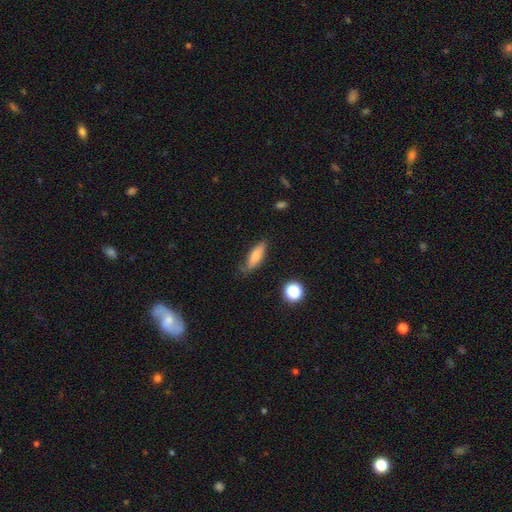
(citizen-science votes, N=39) Smooth or featured? smooth (62%)
How rounded? in between (62%)
Merging? none (62%)